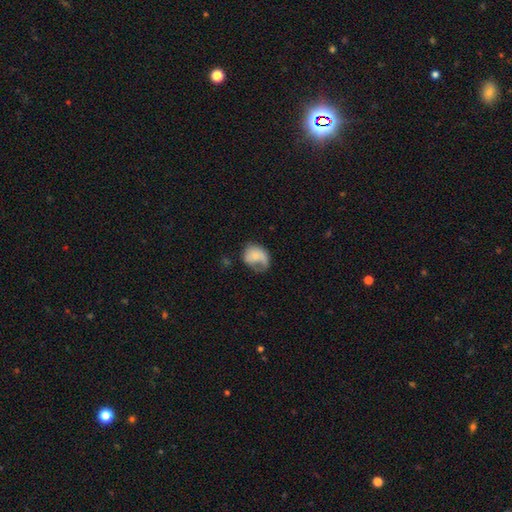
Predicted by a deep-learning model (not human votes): smooth-or-featured: smooth: 59% | featured or disk: 34% | star or artifact: 8%
  how-rounded: in between: 55% | round: 44% | cigar-shaped: 1%
  merging: major disturbance: 39% | none: 30% | minor disturbance: 27% | merger: 4%